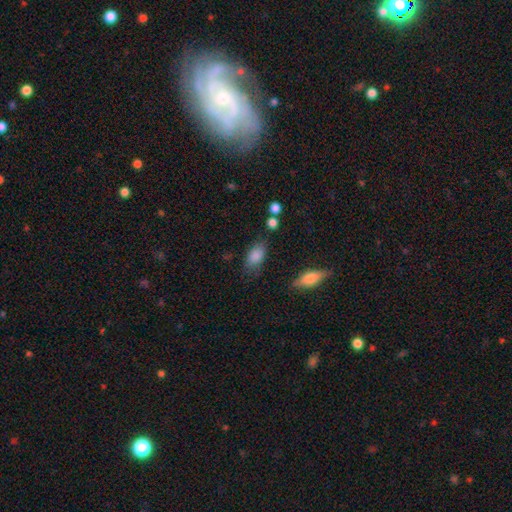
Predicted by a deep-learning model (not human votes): This appears to be a smooth galaxy with no disk features (84%) that is in between round and cigar-shaped (89%). Merging: none (67%).